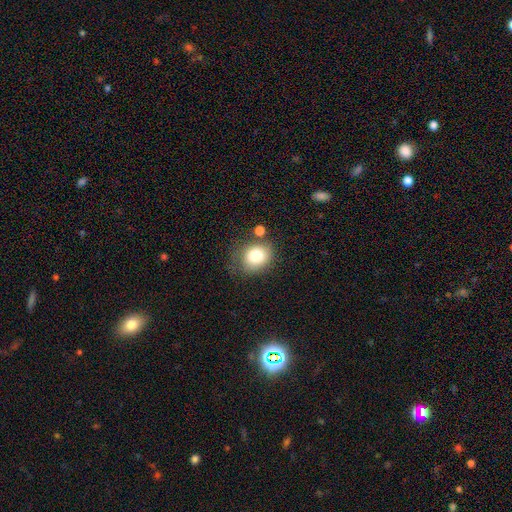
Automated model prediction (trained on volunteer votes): This appears to be a smooth galaxy with no disk features (80%) that is round (56%). Merging: none (58%).